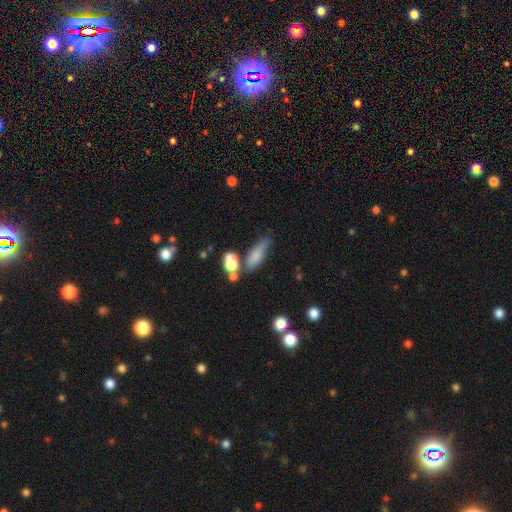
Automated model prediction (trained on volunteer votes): The model was most divided on "how rounded": in between: 51%, cigar-shaped: 41%, round: 7%. Remaining: smooth or featured — smooth (71%); merging — none (45%).